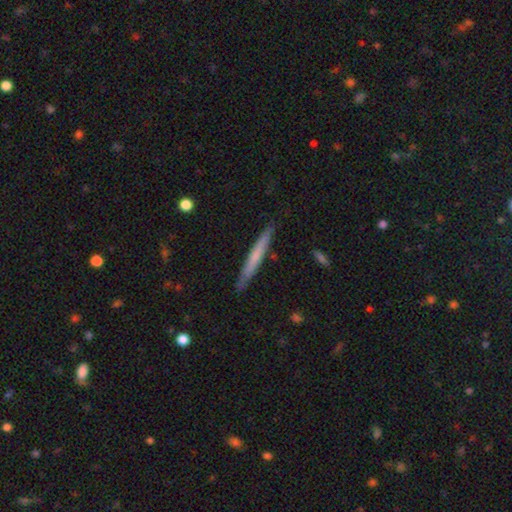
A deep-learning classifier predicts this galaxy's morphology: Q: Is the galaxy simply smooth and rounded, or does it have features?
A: smooth — 57%.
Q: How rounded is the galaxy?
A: cigar-shaped — 97%.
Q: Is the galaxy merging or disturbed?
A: none — 89%.